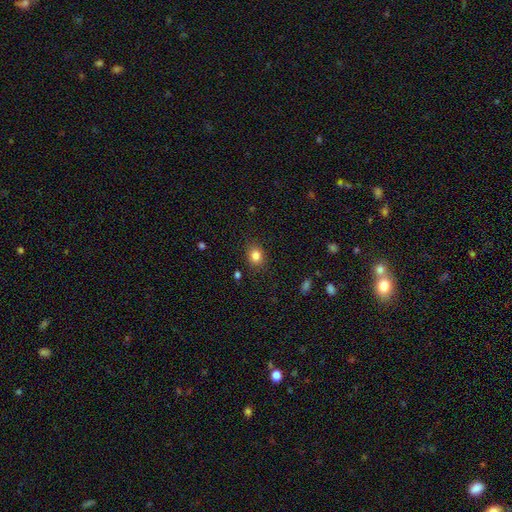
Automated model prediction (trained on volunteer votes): This is clearly a smooth galaxy (83%). How rounded: likely round (65%). Merging: clearly none (86%).